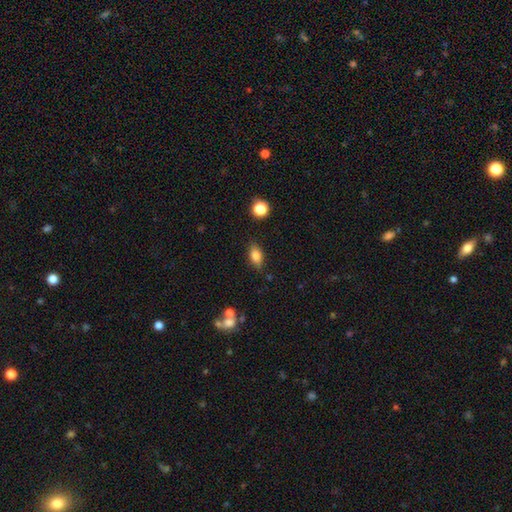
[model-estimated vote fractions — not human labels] The model was most divided on "merging": none: 82%, minor disturbance: 13%, major disturbance: 3%, merger: 2%. More confident: how rounded — in between (85%); smooth or featured — smooth (80%).